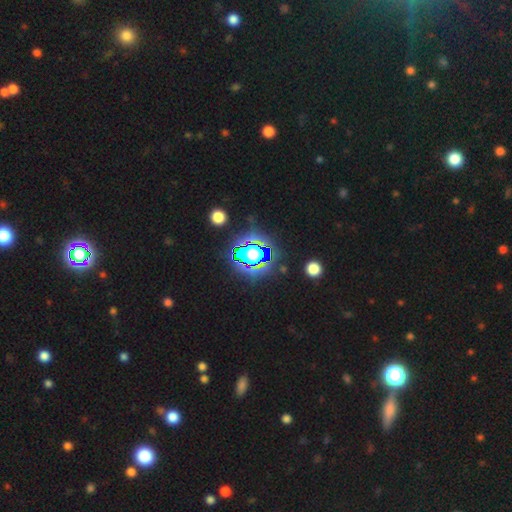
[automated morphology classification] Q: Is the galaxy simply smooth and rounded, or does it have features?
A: star or artifact — 79%.